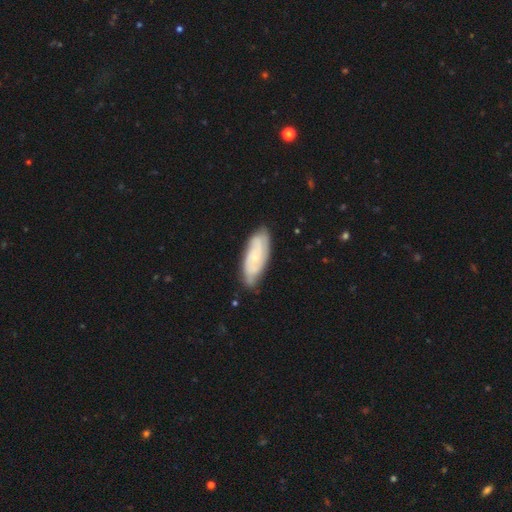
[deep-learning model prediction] A featured or disk galaxy (57%) with no bar (72%), spiral arms (86%) and a small central bulge (70%).

Vote fractions:
- Smooth or featured? featured or disk: 57% / smooth: 36% / star or artifact: 6%
- Edge-on disk? no: 90% / yes: 10%
- Bar? no: 72% / weak: 24% / strong: 5%
- Spiral arms? yes: 86% / no: 14%
- Bulge size? small: 70% / moderate: 19% / none: 8% / large: 2% / dominant: 1%
- Merging? none: 74% / minor disturbance: 20% / major disturbance: 4% / merger: 2%